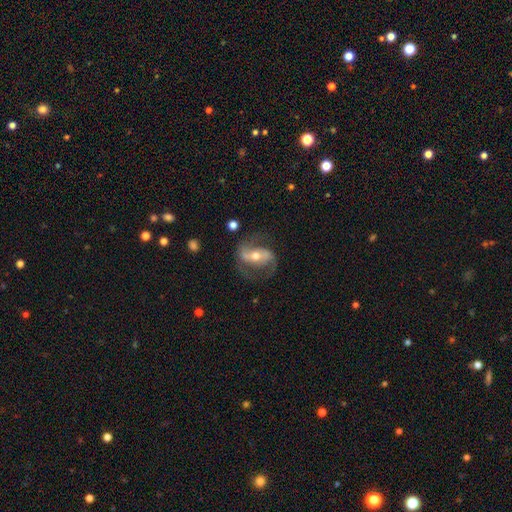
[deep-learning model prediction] A featured or disk galaxy (82%) with a strong bar (45%), 2 (89%) medium (50%) spiral arms (92%) and a moderate central bulge (62%).

Vote fractions:
- Smooth or featured? featured or disk: 82% / smooth: 12% / star or artifact: 6%
- Edge-on disk? no: 96% / yes: 4%
- Bar? strong: 45% / weak: 31% / no: 23%
- Spiral arms? yes: 92% / no: 8%
- Spiral winding? medium: 50% / loose: 34% / tight: 16%
- Spiral arm count? 2: 89% / can't tell: 4% / 1: 3% / 3: 2% / 4: 1% / more than 4: 1%
- Bulge size? moderate: 62% / small: 32% / large: 4% / none: 1% / dominant: 1%
- Merging? none: 69% / minor disturbance: 16% / major disturbance: 13% / merger: 2%